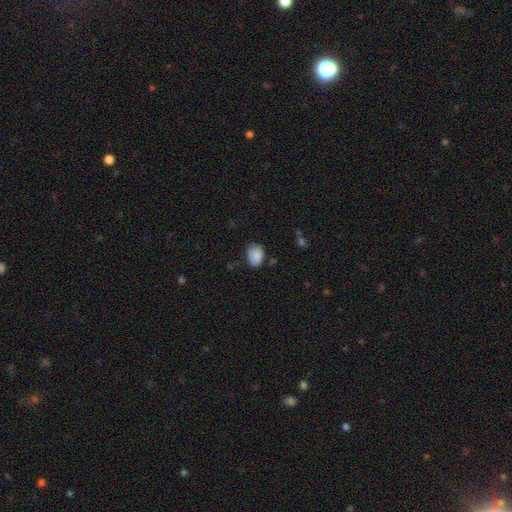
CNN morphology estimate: Overall: smooth (86%). How rounded: in between (77%). Merging: none (66%; minor disturbance 26%).